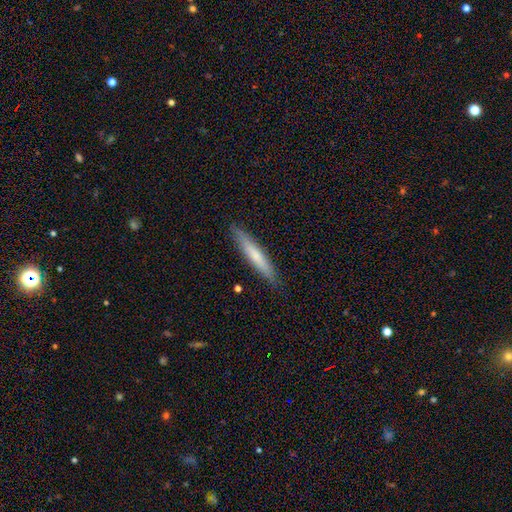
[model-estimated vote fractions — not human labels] A smooth galaxy with no disk features (64%) that is cigar-shaped (93%).

Vote fractions:
- Smooth or featured? smooth: 64% / featured or disk: 30% / star or artifact: 6%
- How rounded? cigar-shaped: 93% / in between: 6% / round: 1%
- Merging? none: 89% / minor disturbance: 9% / major disturbance: 2% / merger: 1%